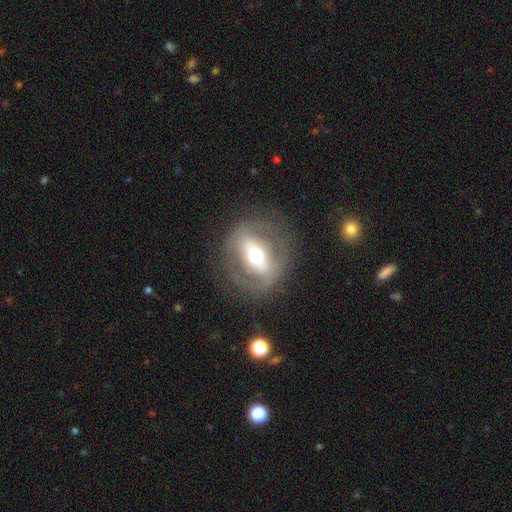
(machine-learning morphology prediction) A featured or disk galaxy (64%) with a strong bar (57%), no spiral arms (75%) and a moderate central bulge (62%). Merging: none (77%).